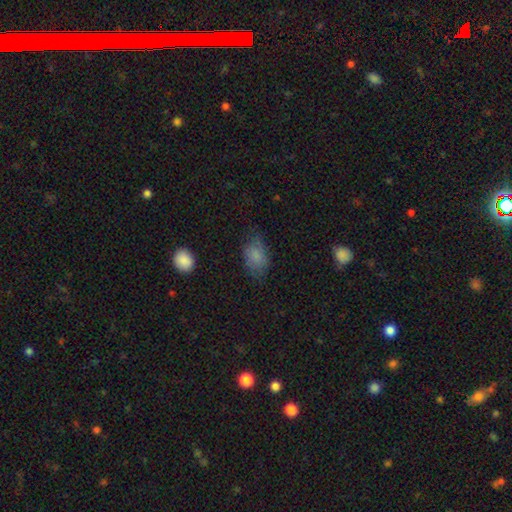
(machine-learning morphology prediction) This appears to be a smooth galaxy with no disk features (78%) that is in between round and cigar-shaped (83%). Merging: none (58%).